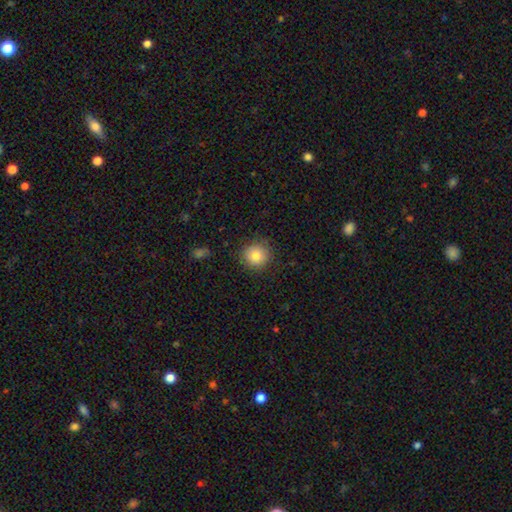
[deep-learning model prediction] Smooth or featured: smooth — 82% (star or artifact — 9%)
How rounded: round — 92% (in between — 7%)
Merging: none — 86% (minor disturbance — 10%)